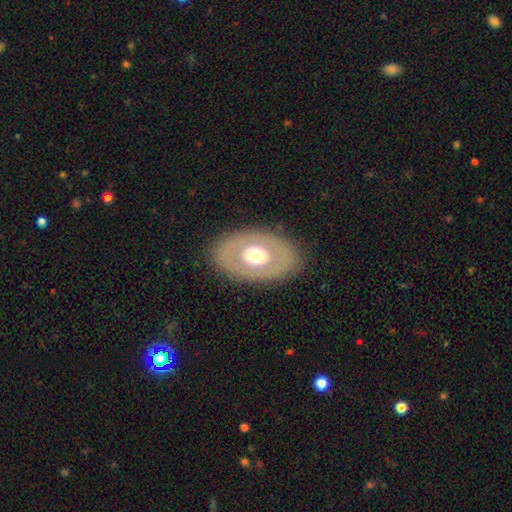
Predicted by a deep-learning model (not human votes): smooth-or-featured: smooth: 49% | featured or disk: 45% | star or artifact: 6%
  merging: none: 84% | minor disturbance: 10% | major disturbance: 5% | merger: 1%